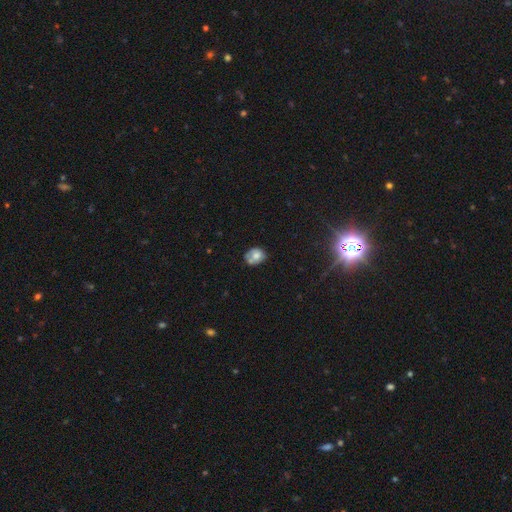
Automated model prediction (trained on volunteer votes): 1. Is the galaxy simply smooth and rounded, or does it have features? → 65% smooth, 25% featured or disk, 10% star or artifact.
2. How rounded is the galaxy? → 55% round, 44% in between, 1% cigar-shaped.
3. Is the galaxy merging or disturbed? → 42% none, 25% minor disturbance, 22% merger, 11% major disturbance.